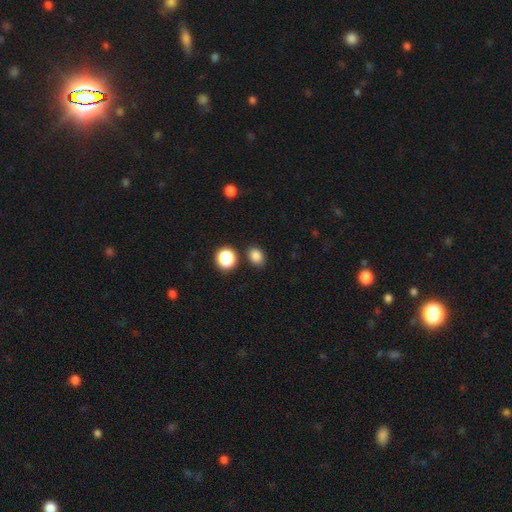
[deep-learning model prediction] smooth 84%, star or artifact 12%, featured or disk 4%. Down the decision tree: how rounded — in between (60%); merging — none (82%).